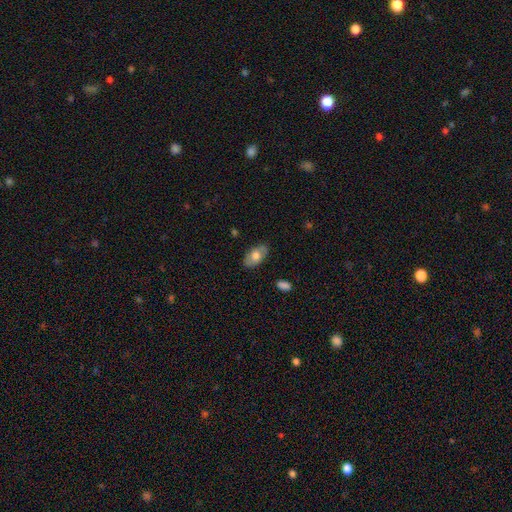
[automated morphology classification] This is likely a smooth galaxy (67%). How rounded: clearly in between (93%). Merging: clearly none (81%).